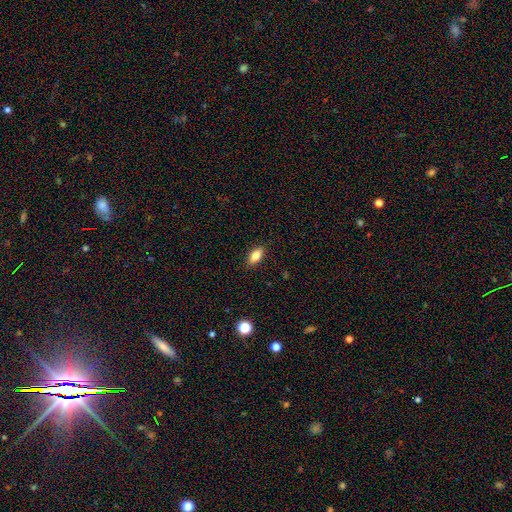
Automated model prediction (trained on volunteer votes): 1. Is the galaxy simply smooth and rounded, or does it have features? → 80% smooth, 12% featured or disk, 8% star or artifact.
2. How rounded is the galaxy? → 85% in between, 11% cigar-shaped, 4% round.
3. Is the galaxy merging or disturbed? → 88% none, 9% minor disturbance, 2% major disturbance, 1% merger.